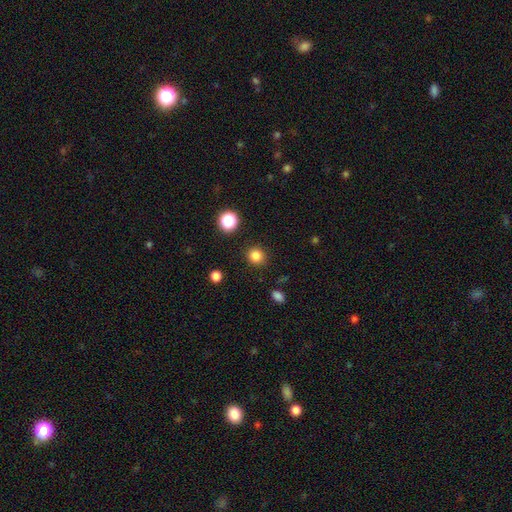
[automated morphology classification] Q: Smooth or featured?
A: smooth (83%); runner-up: star or artifact (13%)
Q: How rounded?
A: round (91%); runner-up: in between (8%)
Q: Merging?
A: none (91%); runner-up: minor disturbance (6%)